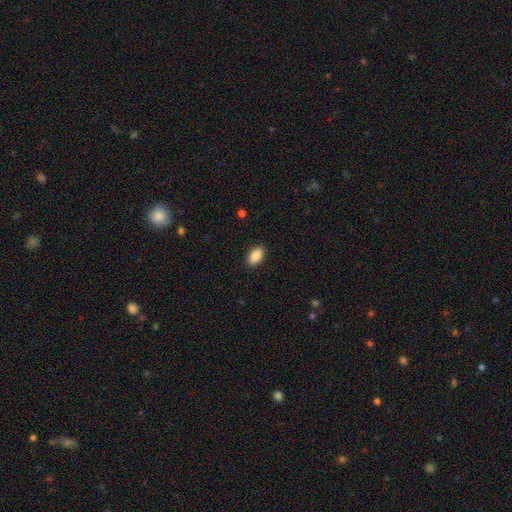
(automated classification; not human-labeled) smooth-or-featured: smooth: 88% | star or artifact: 7% | featured or disk: 5%
  how-rounded: in between: 93% | round: 5% | cigar-shaped: 3%
  merging: none: 90% | minor disturbance: 7% | major disturbance: 2% | merger: 1%